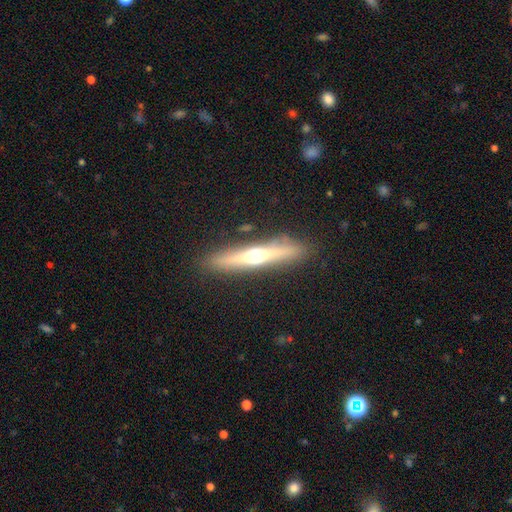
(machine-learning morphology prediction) This appears to be a featured or disk galaxy (60%) viewed edge-on (94%) with a rounded central bulge (91%). Merging: none (88%).